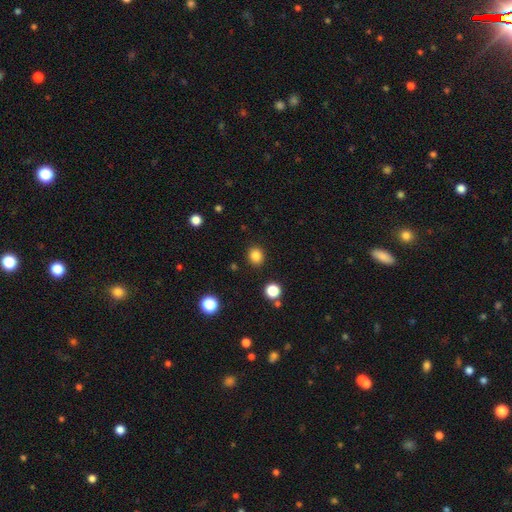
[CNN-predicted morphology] smooth_or_featured: smooth (p=0.85) [alt: star or artifact p=0.12]
how_rounded: round (p=0.79) [alt: in between p=0.20]
merging: none (p=0.90) [alt: minor disturbance p=0.06]